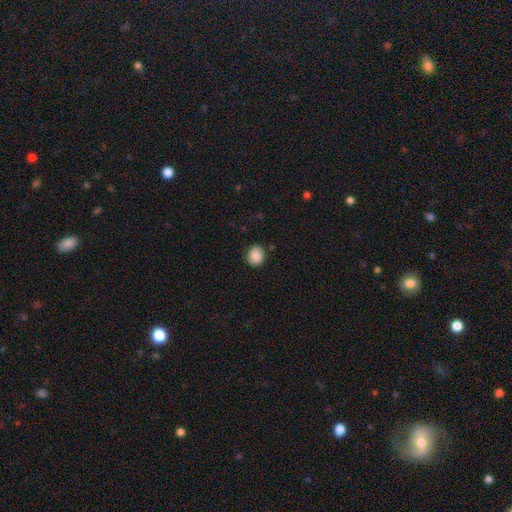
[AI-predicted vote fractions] Smooth or featured: smooth — 88% (star or artifact — 8%)
How rounded: round — 68% (in between — 31%)
Merging: none — 86% (minor disturbance — 10%)